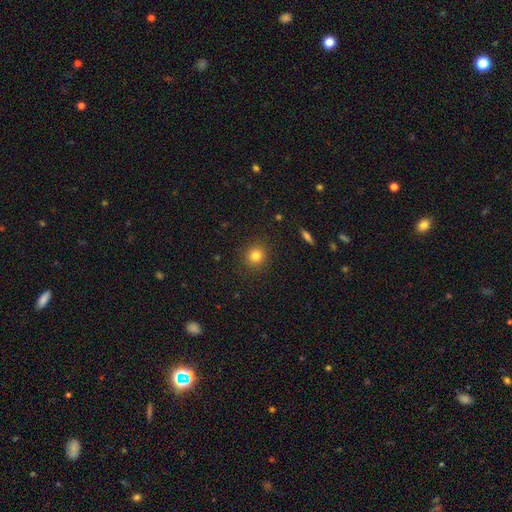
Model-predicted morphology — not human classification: Q: Smooth or featured?
A: smooth (82%); runner-up: star or artifact (12%)
Q: How rounded?
A: round (91%); runner-up: in between (8%)
Q: Merging?
A: none (90%); runner-up: minor disturbance (6%)